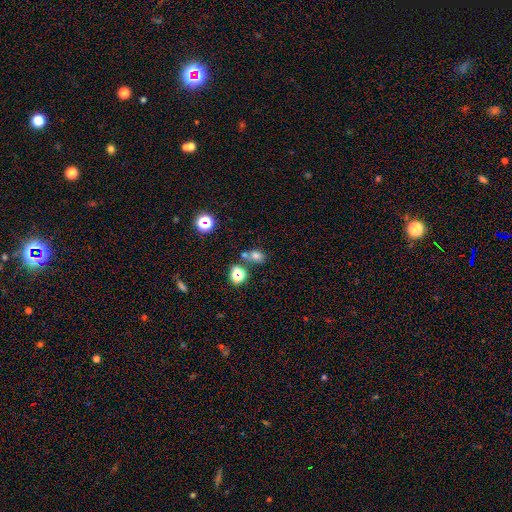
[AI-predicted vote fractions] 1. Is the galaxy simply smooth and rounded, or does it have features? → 66% smooth, 23% star or artifact, 11% featured or disk.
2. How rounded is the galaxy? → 57% in between, 41% round, 2% cigar-shaped.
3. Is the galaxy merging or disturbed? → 57% none, 24% merger, 14% minor disturbance, 5% major disturbance.